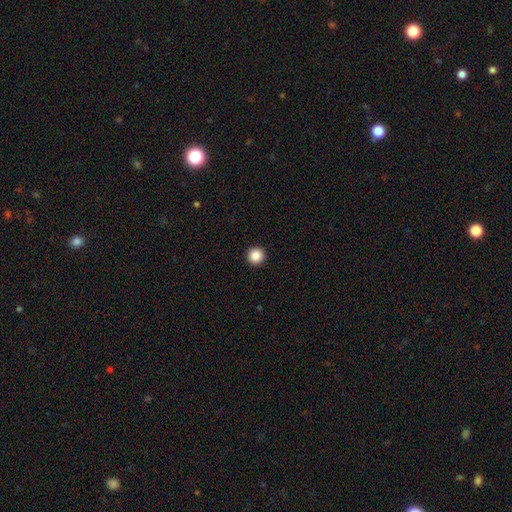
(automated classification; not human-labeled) A smooth galaxy with no disk features (86%) that is round (97%). Merging: none (94%).